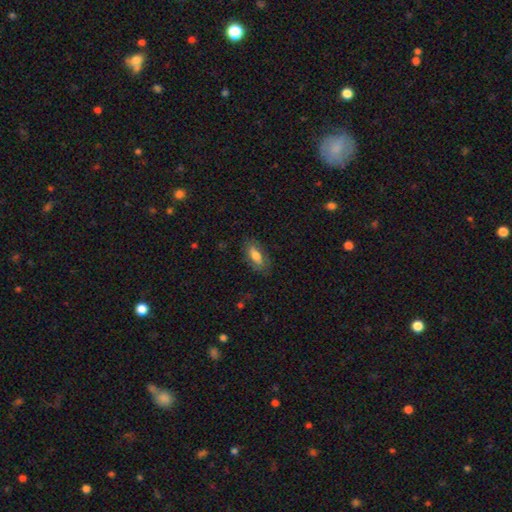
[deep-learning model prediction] This is likely a smooth galaxy (71%). How rounded: clearly in between (81%). Merging: likely none (79%).